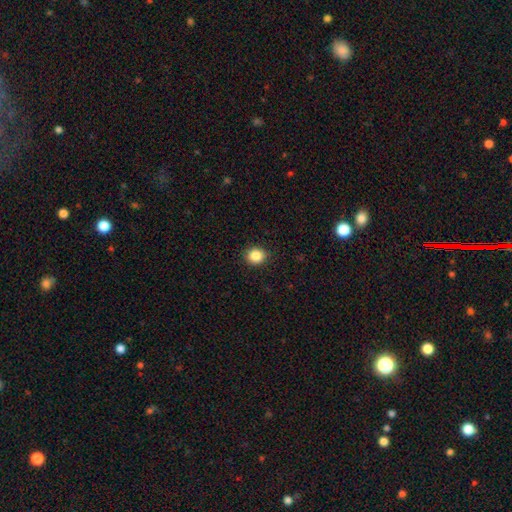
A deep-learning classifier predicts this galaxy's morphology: A smooth galaxy with no disk features (85%) that is round (80%).

Vote fractions:
- Smooth or featured? smooth: 85% / star or artifact: 10% / featured or disk: 4%
- How rounded? round: 80% / in between: 19% / cigar-shaped: 1%
- Merging? none: 90% / minor disturbance: 7% / major disturbance: 2% / merger: 1%